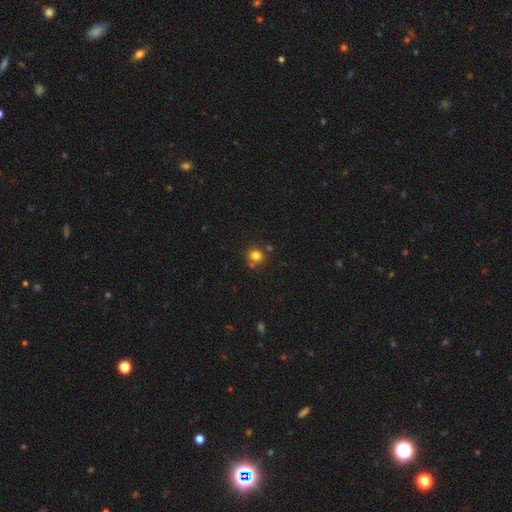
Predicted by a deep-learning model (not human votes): Smooth or featured? Predicted: smooth (p=0.80). How rounded? Predicted: round (p=0.85). Merging? Predicted: none (p=0.75).